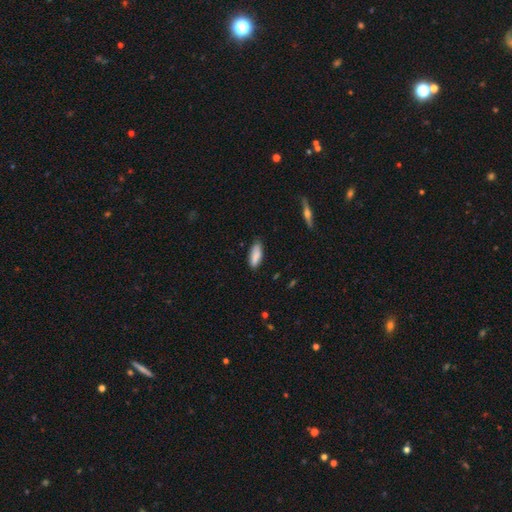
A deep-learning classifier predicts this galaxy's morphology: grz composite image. It shows a smooth galaxy with no disk features (87%) that is in between round and cigar-shaped (69%). Merging: none (82%).